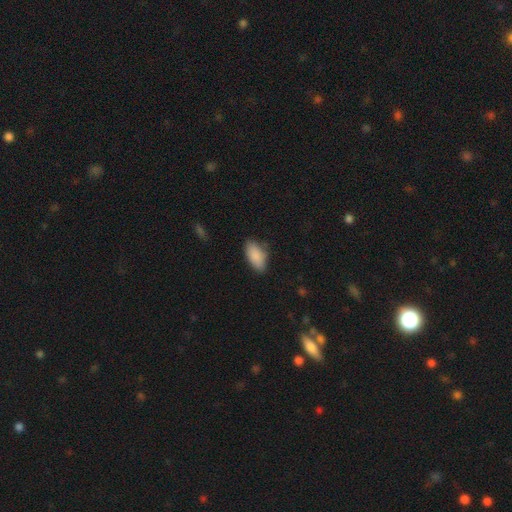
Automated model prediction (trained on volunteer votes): smooth_or_featured: smooth (p=0.88) [alt: star or artifact p=0.07]
how_rounded: in between (p=0.92) [alt: cigar-shaped p=0.06]
merging: none (p=0.74) [alt: minor disturbance p=0.20]